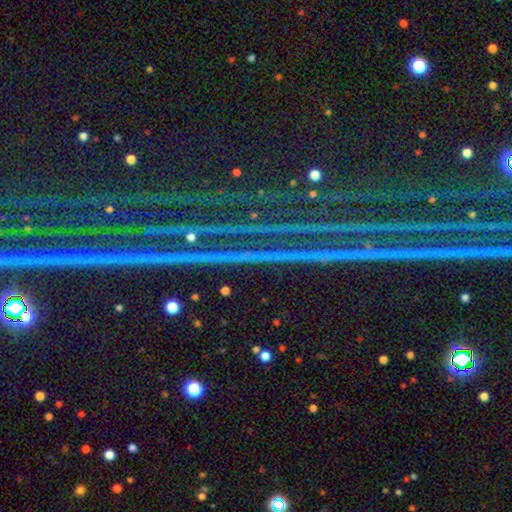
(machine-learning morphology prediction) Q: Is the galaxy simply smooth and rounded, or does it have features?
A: star or artifact — 89%.